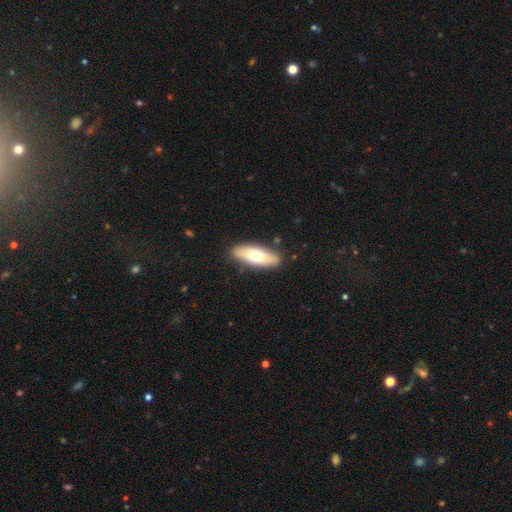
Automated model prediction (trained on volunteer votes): Smooth or featured: smooth — 64% (featured or disk — 30%)
How rounded: in between — 64% (cigar-shaped — 33%)
Merging: none — 87% (minor disturbance — 10%)